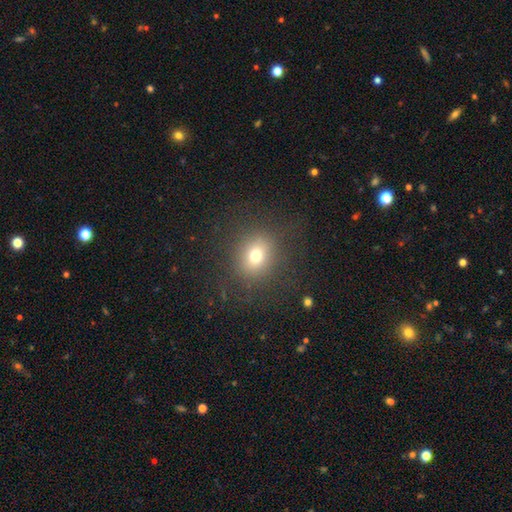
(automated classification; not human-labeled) smooth 73%, star or artifact 17%, featured or disk 11%. Down the decision tree: how rounded — round (72%); merging — none (84%).